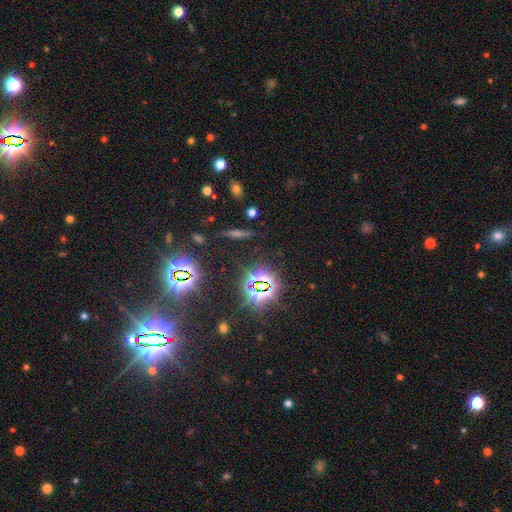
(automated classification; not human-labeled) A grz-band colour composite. It shows a star or artifact, not a galaxy (81%).